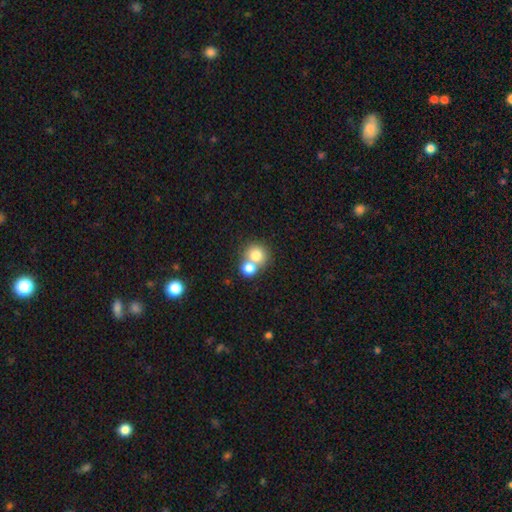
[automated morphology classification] This appears to be a smooth galaxy with no disk features (77%) that is round (84%). Merging: merger (54%).